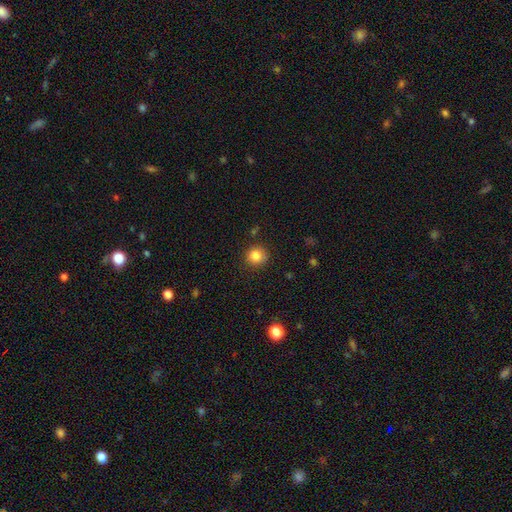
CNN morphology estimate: A smooth galaxy with no disk features (84%) that is round (91%). Merging: none (87%).